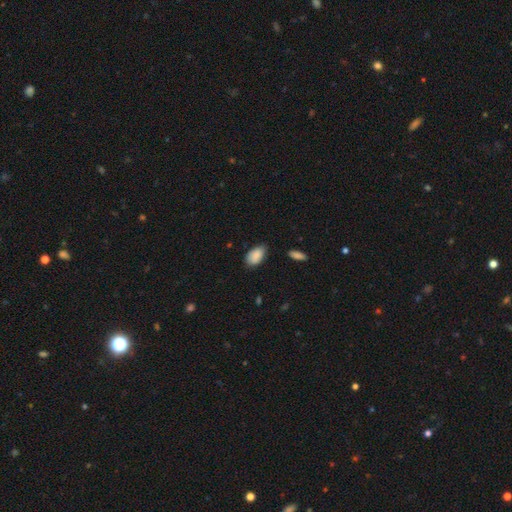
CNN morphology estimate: type=smooth (88%); roundness=in between (93%); merging=none (73%).